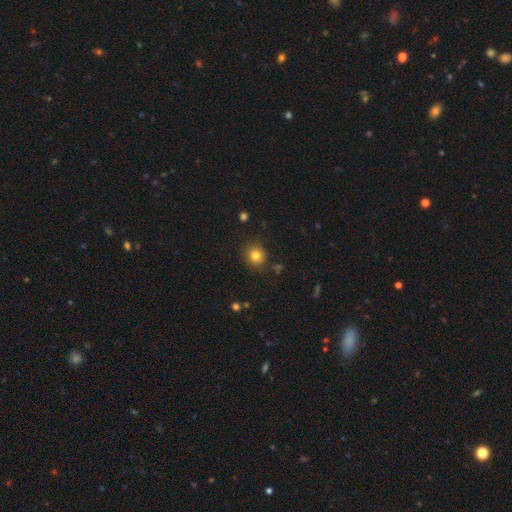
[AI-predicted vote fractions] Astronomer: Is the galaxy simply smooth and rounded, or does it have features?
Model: smooth — 80%.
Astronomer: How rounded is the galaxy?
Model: round — 90%.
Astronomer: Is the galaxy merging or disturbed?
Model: none — 89%.